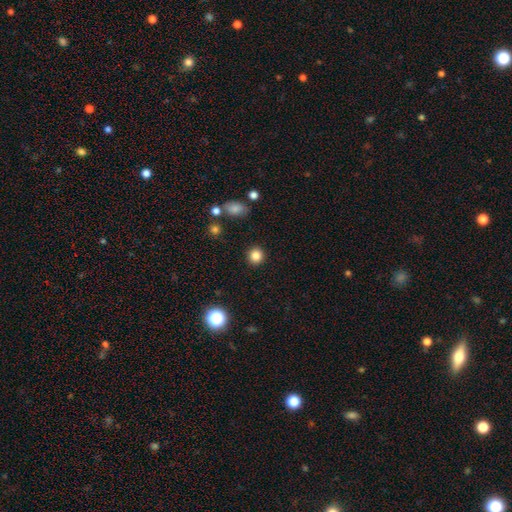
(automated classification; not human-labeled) smooth-or-featured: smooth: 84% | star or artifact: 12% | featured or disk: 4%
  how-rounded: round: 91% | in between: 8% | cigar-shaped: 1%
  merging: none: 91% | minor disturbance: 6% | major disturbance: 2% | merger: 1%